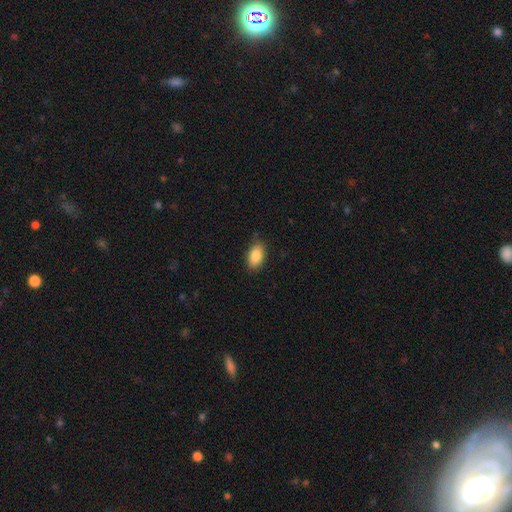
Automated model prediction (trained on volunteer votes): Morphology: type=smooth (86%); roundness=in between (91%); merging=none (83%).